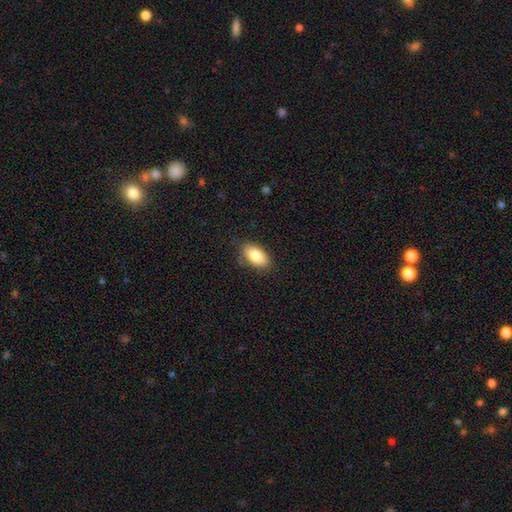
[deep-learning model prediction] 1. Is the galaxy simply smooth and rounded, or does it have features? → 84% smooth, 9% featured or disk, 7% star or artifact.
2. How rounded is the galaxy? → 93% in between, 4% round, 3% cigar-shaped.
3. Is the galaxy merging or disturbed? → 84% none, 12% minor disturbance, 3% major disturbance, 1% merger.